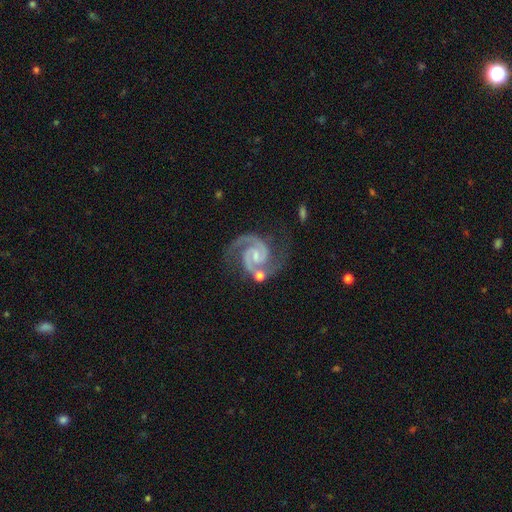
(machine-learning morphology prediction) Q: Smooth or featured?
A: featured or disk (93%); runner-up: star or artifact (4%)
Q: Edge-on disk?
A: no (98%); runner-up: yes (2%)
Q: Bar?
A: weak (48%); runner-up: no (38%)
Q: Spiral arms?
A: yes (99%); runner-up: no (1%)
Q: Spiral winding?
A: medium (56%); runner-up: tight (38%)
Q: Spiral arm count?
A: 2 (93%); runner-up: 3 (3%)
Q: Bulge size?
A: small (56%); runner-up: moderate (26%)
Q: Merging?
A: none (68%); runner-up: minor disturbance (17%)